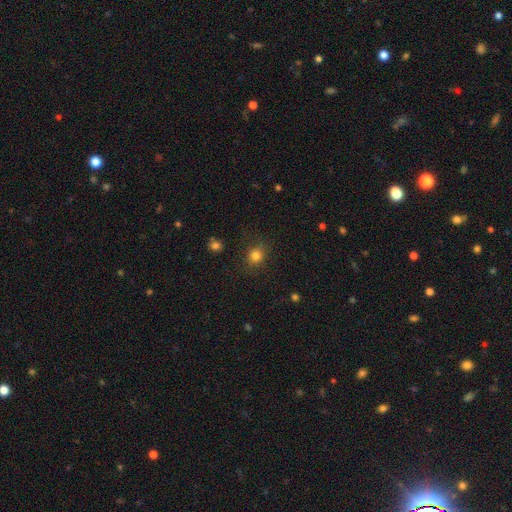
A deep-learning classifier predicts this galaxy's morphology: Smooth or featured?
  - smooth: 81% *
  - star or artifact: 13%
  - featured or disk: 6%
How rounded?
  - round: 78% *
  - in between: 21%
  - cigar-shaped: 1%
Merging?
  - none: 83% *
  - minor disturbance: 12%
  - major disturbance: 4%
  - merger: 2%